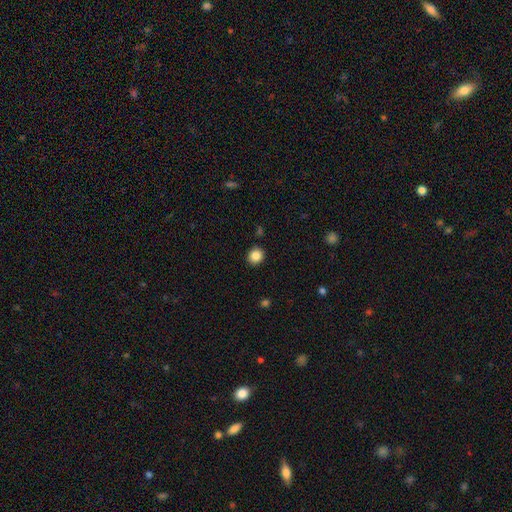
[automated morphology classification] type=smooth (86%); roundness=round (80%); merging=none (90%).